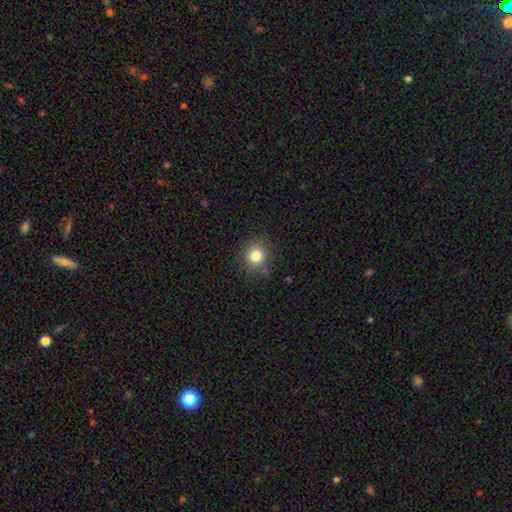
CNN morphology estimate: Smooth or featured? smooth (82%)
How rounded? round (82%)
Merging? none (83%)